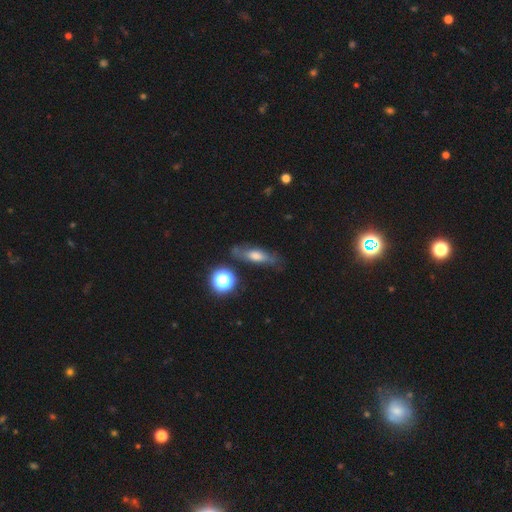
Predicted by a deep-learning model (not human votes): Morphology: type=smooth (43%); merging=none (72%).